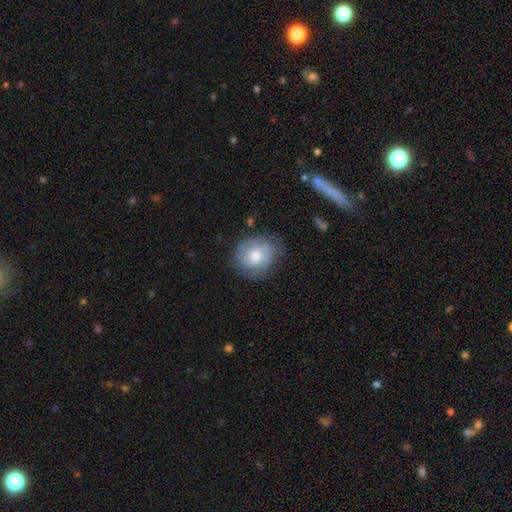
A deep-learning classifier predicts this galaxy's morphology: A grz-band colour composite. It shows a smooth galaxy with no disk features (52%) that is round (66%). Merging: none (65%).